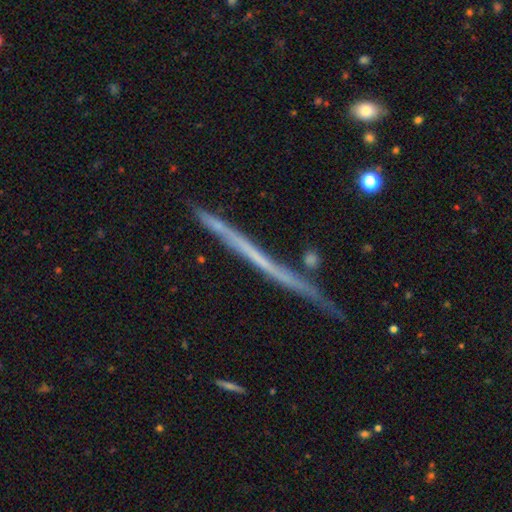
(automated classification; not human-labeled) Q: Smooth or featured?
A: featured or disk (63%); runner-up: smooth (29%)
Q: Edge-on disk?
A: yes (97%); runner-up: no (3%)
Q: Edge-on bulge?
A: none (93%); runner-up: rounded (4%)
Q: Merging?
A: none (84%); runner-up: minor disturbance (11%)